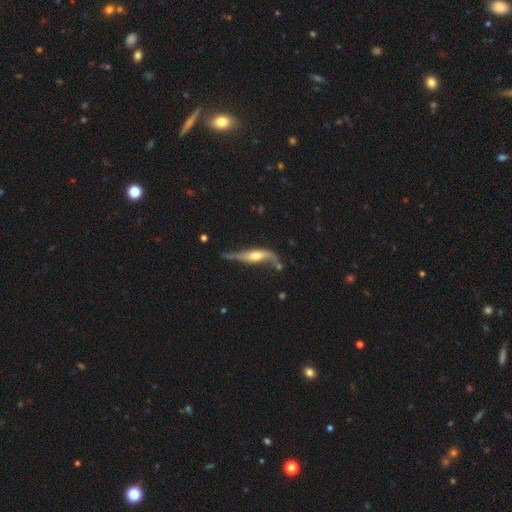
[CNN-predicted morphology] featured or disk 70%, smooth 24%, star or artifact 6%. Down the decision tree: edge-on disk — yes (57%); merging — none (42%).